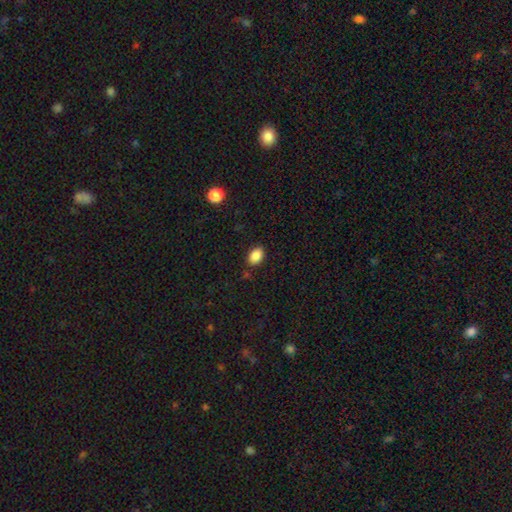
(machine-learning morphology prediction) type=smooth (87%); roundness=in between (87%); merging=none (85%).